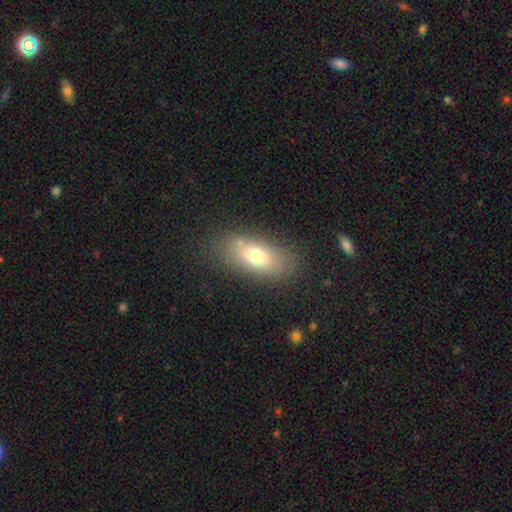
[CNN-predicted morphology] This appears to be a smooth galaxy with no disk features (71%) that is in between round and cigar-shaped (85%). Merging: none (80%).